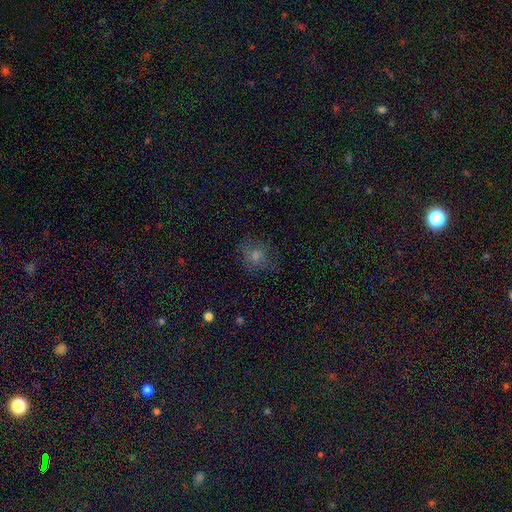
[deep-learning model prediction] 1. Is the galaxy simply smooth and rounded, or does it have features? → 67% smooth, 18% featured or disk, 15% star or artifact.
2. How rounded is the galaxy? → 68% round, 31% in between, 1% cigar-shaped.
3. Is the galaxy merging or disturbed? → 59% none, 21% minor disturbance, 18% major disturbance, 2% merger.